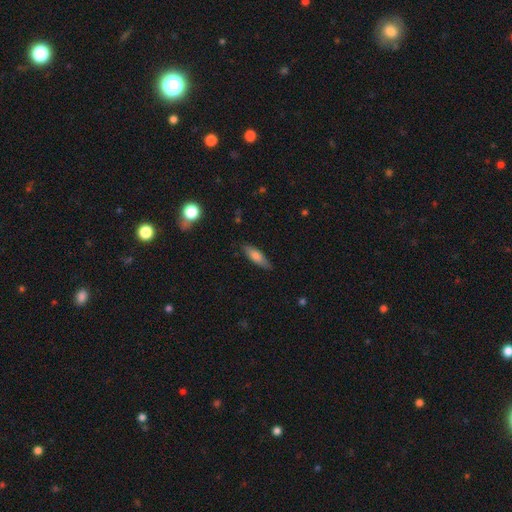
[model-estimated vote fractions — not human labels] A smooth galaxy with no disk features (72%) that is cigar-shaped (51%). Merging: none (82%).